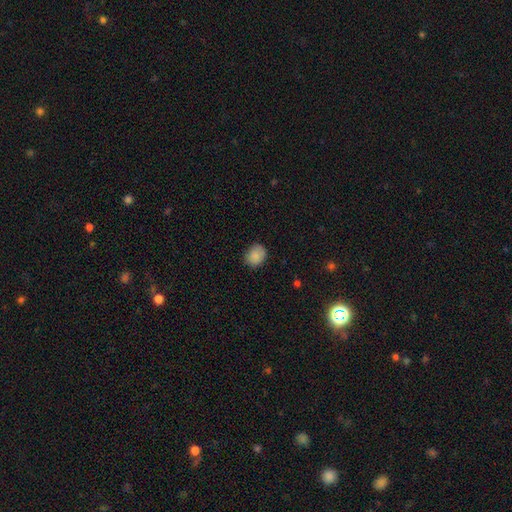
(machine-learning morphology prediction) Smooth or featured?
  - smooth: 86% *
  - star or artifact: 8%
  - featured or disk: 6%
How rounded?
  - round: 59% *
  - in between: 40%
  - cigar-shaped: 1%
Merging?
  - none: 78% *
  - minor disturbance: 17%
  - major disturbance: 3%
  - merger: 1%